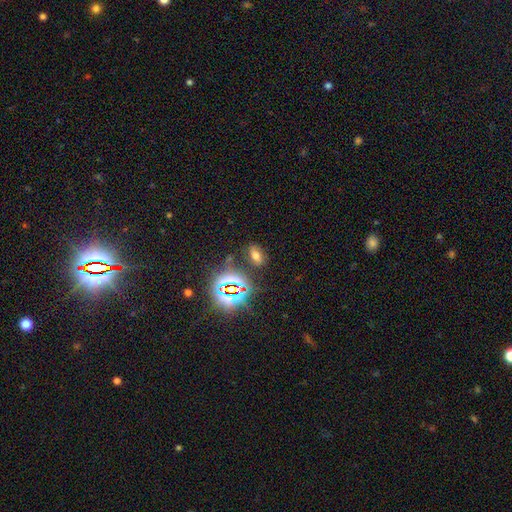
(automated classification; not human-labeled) This is possibly a smooth galaxy (53%). How rounded: clearly in between (84%). Merging: likely none (79%).